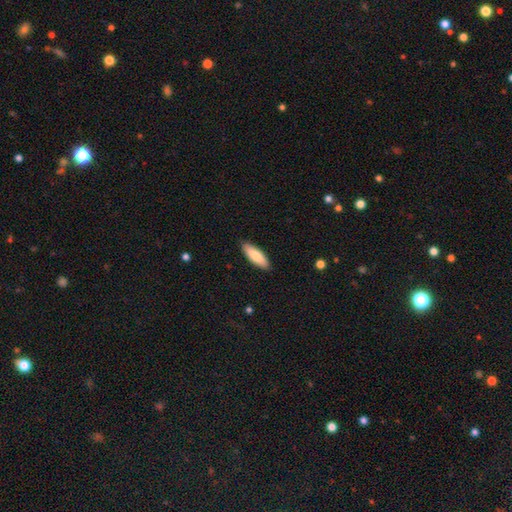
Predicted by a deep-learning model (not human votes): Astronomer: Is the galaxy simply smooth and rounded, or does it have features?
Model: smooth — 83%.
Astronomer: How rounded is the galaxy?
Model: in between — 55% (runner-up: cigar-shaped, 44%).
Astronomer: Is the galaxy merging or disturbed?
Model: none — 89%.